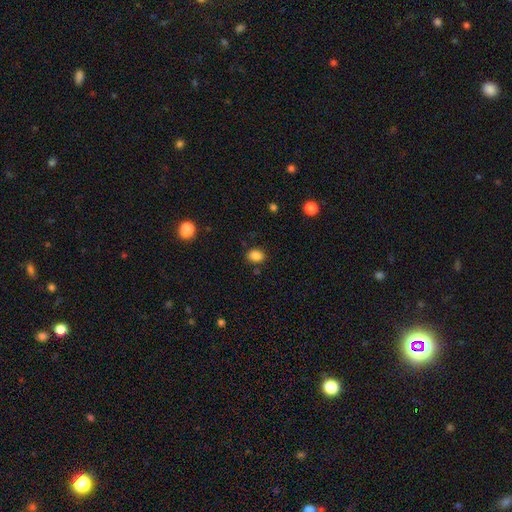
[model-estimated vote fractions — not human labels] smooth_or_featured: smooth (p=0.85) [alt: star or artifact p=0.10]
how_rounded: in between (p=0.57) [alt: round p=0.42]
merging: none (p=0.83) [alt: minor disturbance p=0.11]